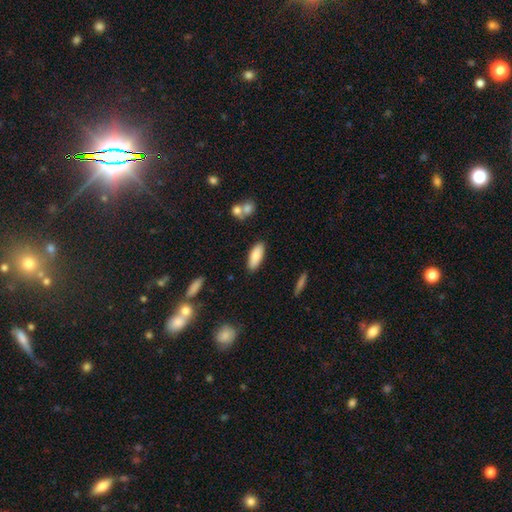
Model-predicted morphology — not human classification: Smooth or featured? Predicted: smooth (p=0.84). How rounded? Predicted: in between (p=0.73). Merging? Predicted: none (p=0.85).